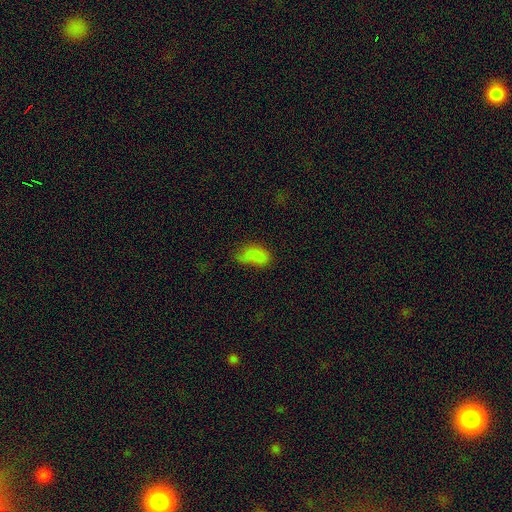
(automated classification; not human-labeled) This appears to be a smooth galaxy with no disk features (78%) that is in between round and cigar-shaped (92%). Merging: none (38%).